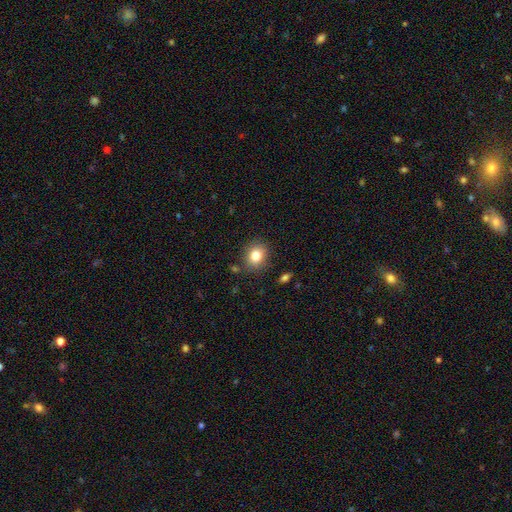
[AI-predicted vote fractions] smooth 81%, star or artifact 10%, featured or disk 8%. Down the decision tree: how rounded — round (62%); merging — none (84%).